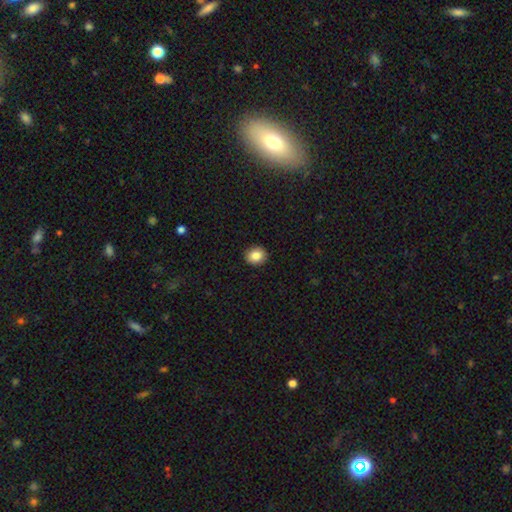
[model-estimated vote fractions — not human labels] Overall: smooth (85%). How rounded: round (77%). Merging: none (92%).